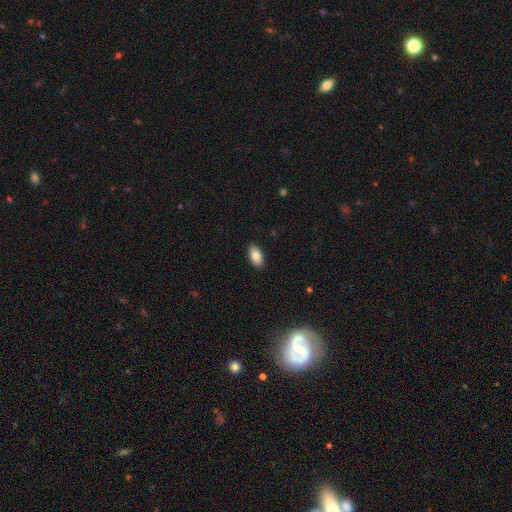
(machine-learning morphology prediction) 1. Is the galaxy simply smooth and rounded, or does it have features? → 83% smooth, 10% featured or disk, 7% star or artifact.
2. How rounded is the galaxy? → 92% in between, 5% cigar-shaped, 3% round.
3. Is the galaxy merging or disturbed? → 90% none, 8% minor disturbance, 2% major disturbance, 1% merger.